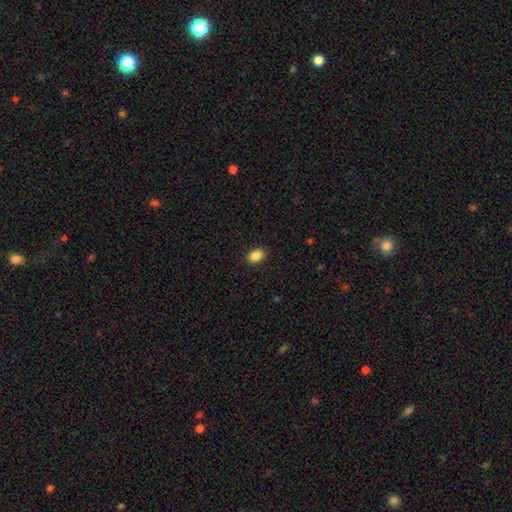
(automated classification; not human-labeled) Overall: smooth (88%). How rounded: in between (83%). Merging: none (90%).